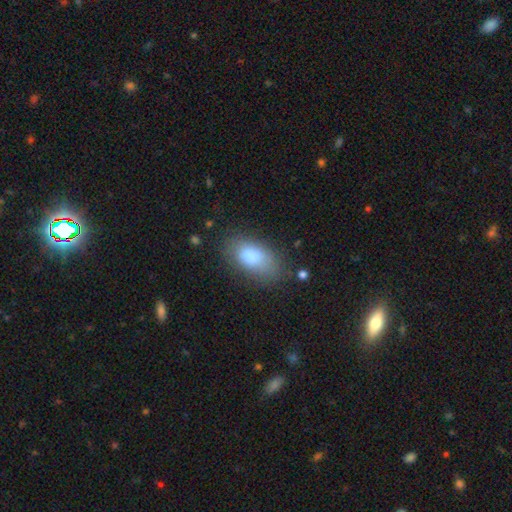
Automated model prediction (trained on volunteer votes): Smooth or featured: smooth — 81% (featured or disk — 11%)
How rounded: in between — 91% (round — 6%)
Merging: none — 67% (minor disturbance — 20%)